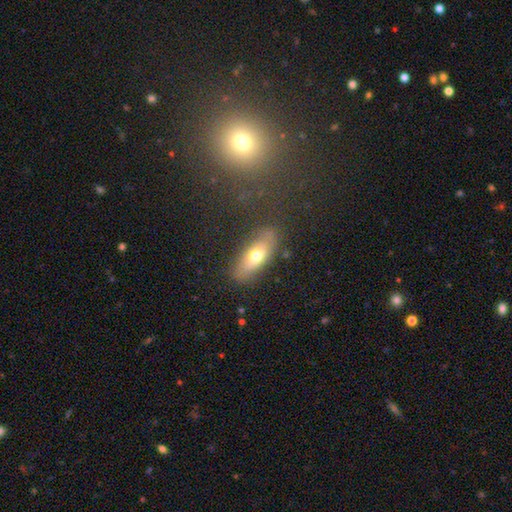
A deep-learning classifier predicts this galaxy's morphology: Overall: smooth (61%; featured or disk 32%). How rounded: in between (75%). Merging: none (79%).